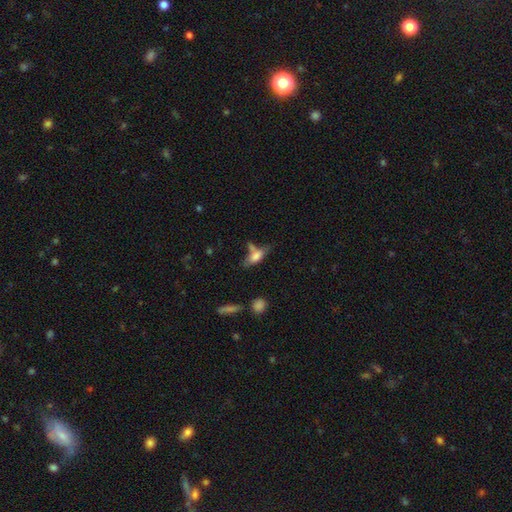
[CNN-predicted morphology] The model was most divided on "merging": none: 39%, merger: 25%, minor disturbance: 22%, major disturbance: 14%. More confident: how rounded — in between (69%); smooth or featured — smooth (66%).